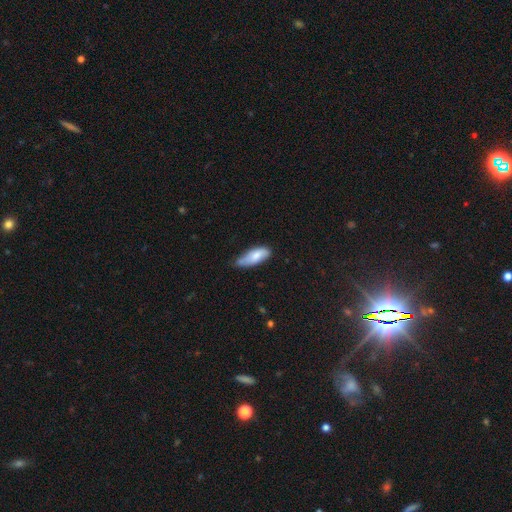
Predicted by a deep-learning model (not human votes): This is likely a smooth galaxy (76%). How rounded: likely in between (70%). Merging: possibly none (49%).